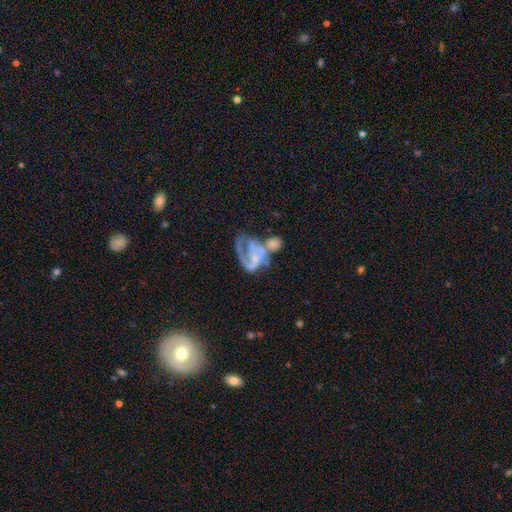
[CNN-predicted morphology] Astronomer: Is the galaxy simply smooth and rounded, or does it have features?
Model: featured or disk — 71%.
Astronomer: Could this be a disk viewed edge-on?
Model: no — 98%.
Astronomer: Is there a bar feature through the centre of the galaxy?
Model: no — 71%.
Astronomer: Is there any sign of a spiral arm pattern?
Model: yes — 65%.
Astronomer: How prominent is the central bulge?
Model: small — 42% (runner-up: none, 34%).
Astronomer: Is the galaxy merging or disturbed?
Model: merger — 40% (runner-up: major disturbance, 33%).